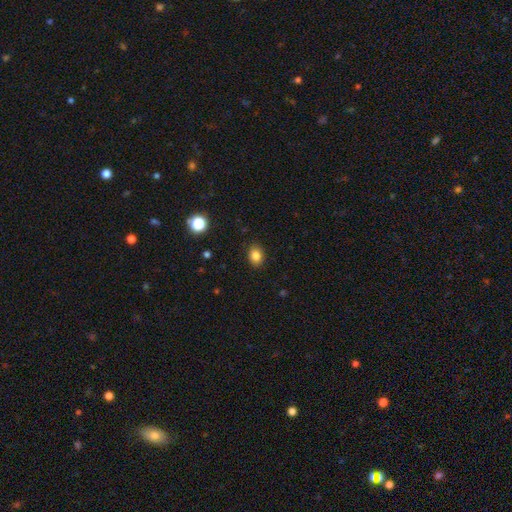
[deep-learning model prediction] smooth-or-featured: smooth: 84% | star or artifact: 11% | featured or disk: 5%
  how-rounded: in between: 54% | round: 45% | cigar-shaped: 1%
  merging: none: 88% | minor disturbance: 8% | major disturbance: 2% | merger: 1%